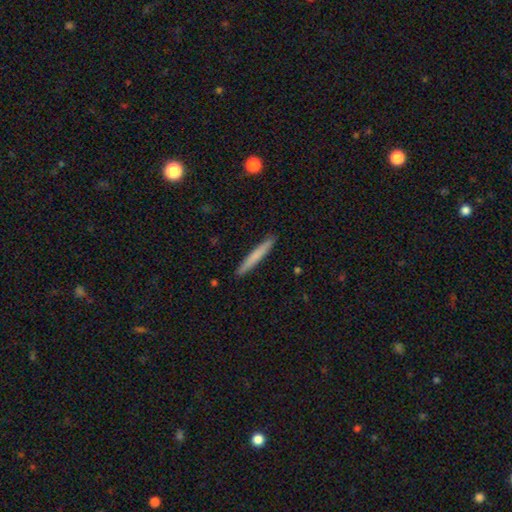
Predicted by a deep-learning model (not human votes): Smooth or featured: smooth — 71% (featured or disk — 24%)
How rounded: cigar-shaped — 96% (in between — 3%)
Merging: none — 92% (minor disturbance — 6%)